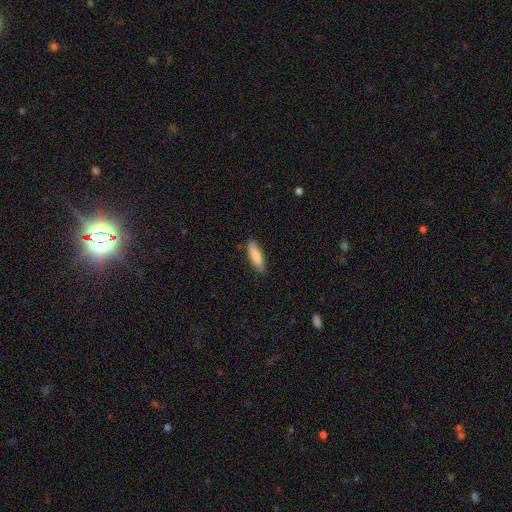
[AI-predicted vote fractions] This appears to be a smooth galaxy with no disk features (83%) that is cigar-shaped (57%). Merging: none (84%).